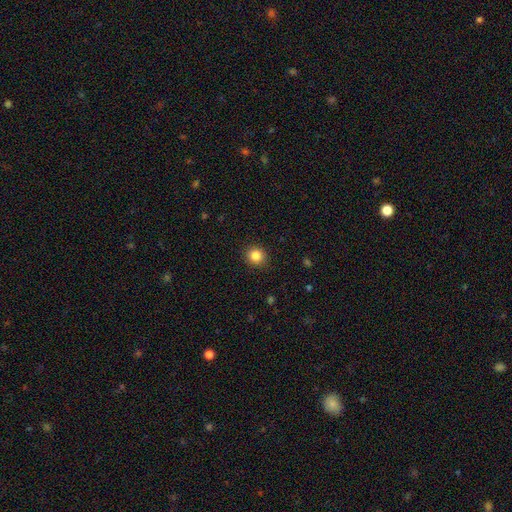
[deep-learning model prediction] Smooth or featured? smooth (85%)
How rounded? round (85%)
Merging? none (90%)